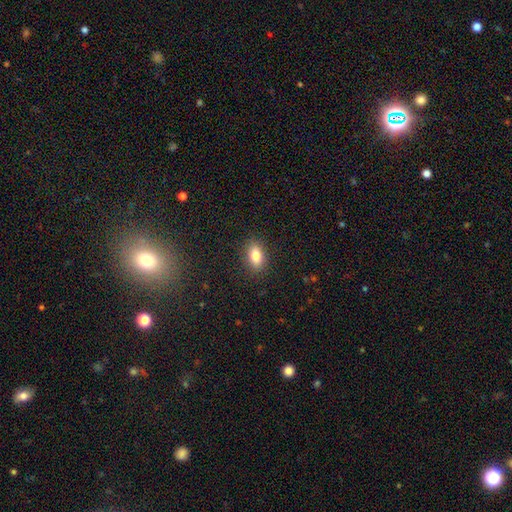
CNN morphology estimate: type=smooth (83%); roundness=in between (87%); merging=none (87%).